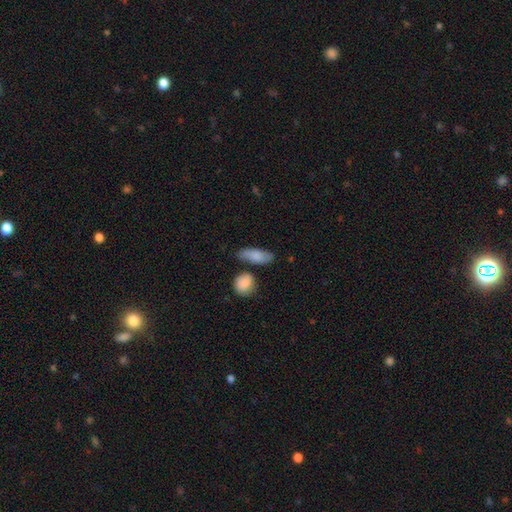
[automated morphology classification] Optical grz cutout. It shows a smooth galaxy with no disk features (76%) that is in between round and cigar-shaped (74%). Merging: none (61%).